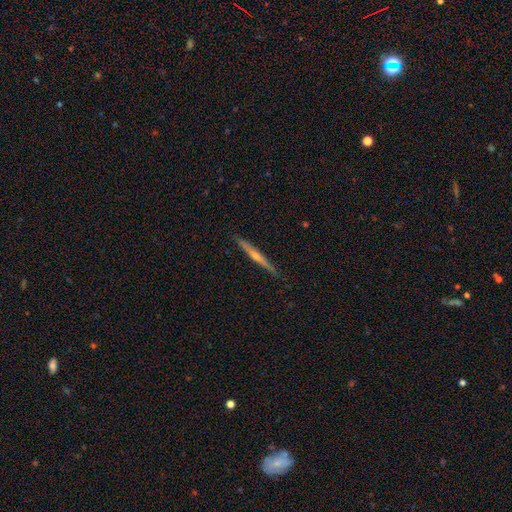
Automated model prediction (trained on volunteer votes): Smooth or featured?
  - featured or disk: 70% *
  - smooth: 24%
  - star or artifact: 6%
Edge-on disk?
  - yes: 98% *
  - no: 2%
Edge-on bulge?
  - rounded: 73% *
  - none: 23%
  - boxy: 4%
Merging?
  - none: 89% *
  - minor disturbance: 8%
  - major disturbance: 1%
  - merger: 1%